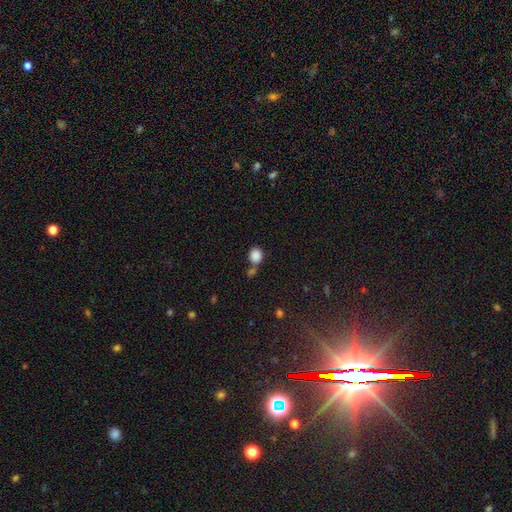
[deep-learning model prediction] A smooth galaxy with no disk features (87%) that is round (75%).

Vote fractions:
- Smooth or featured? smooth: 87% / star or artifact: 10% / featured or disk: 4%
- How rounded? round: 75% / in between: 24% / cigar-shaped: 1%
- Merging? none: 58% / merger: 26% / minor disturbance: 11% / major disturbance: 4%